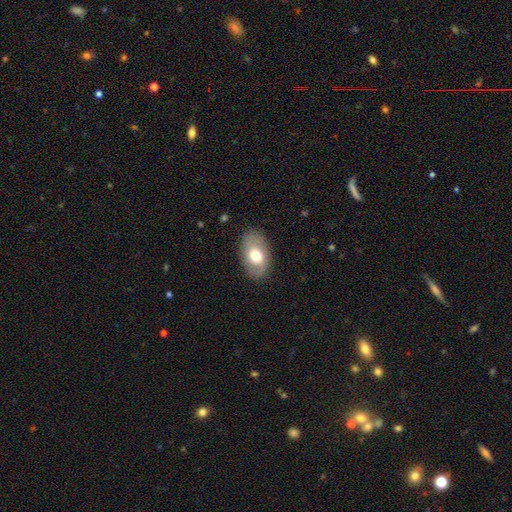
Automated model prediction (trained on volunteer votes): Morphology: type=smooth (65%); roundness=in between (90%); merging=none (84%).